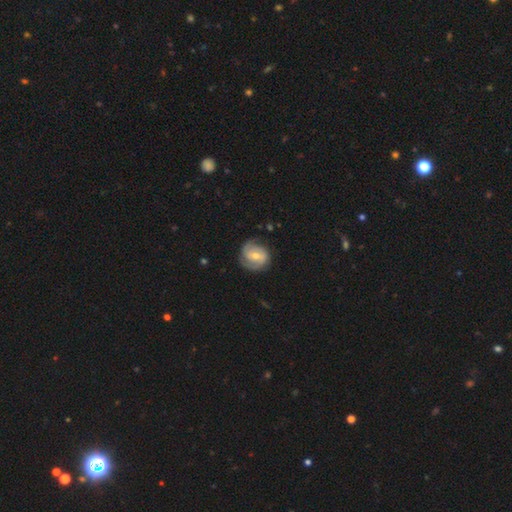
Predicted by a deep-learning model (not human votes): Smooth or featured: featured or disk — 72% (smooth — 22%)
Edge-on disk: no — 98% (yes — 2%)
Bar: weak — 46% (no — 38%)
Spiral arms: yes — 90% (no — 10%)
Spiral winding: tight — 50% (medium — 37%)
Spiral arm count: 2 — 72% (can't tell — 13%)
Bulge size: moderate — 60% (small — 36%)
Merging: none — 75% (minor disturbance — 17%)